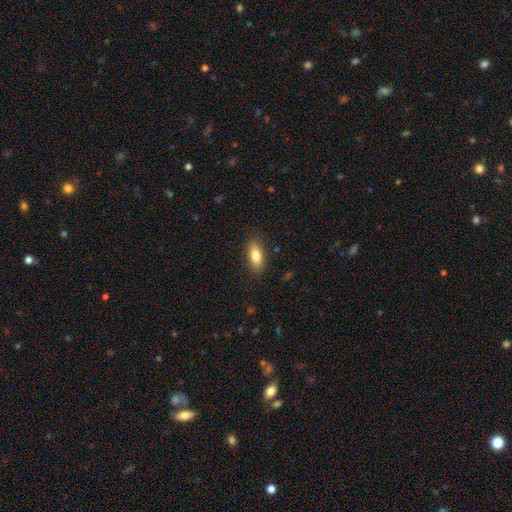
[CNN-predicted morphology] Smooth or featured? smooth (82%)
How rounded? in between (83%)
Merging? none (86%)